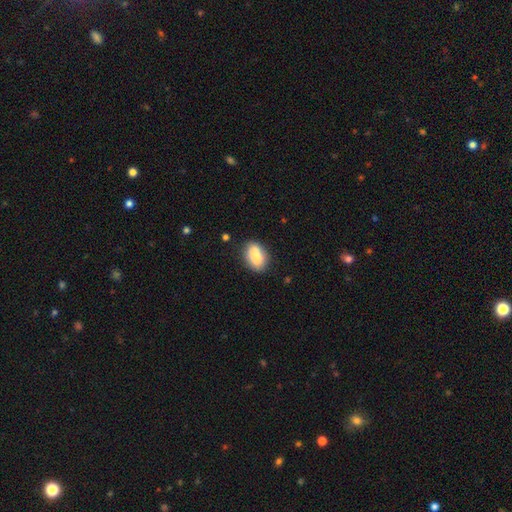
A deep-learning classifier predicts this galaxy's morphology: This appears to be a smooth galaxy with no disk features (87%) that is in between round and cigar-shaped (89%). Merging: none (81%).